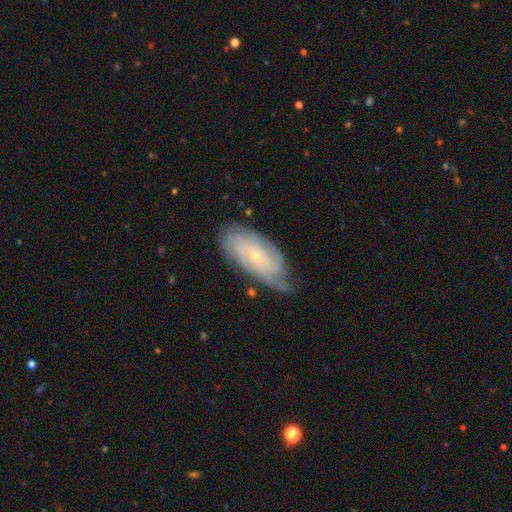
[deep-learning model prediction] Overall: featured or disk (80%). Edge-on disk: no (93%). Bar: no (71%). Spiral arms: yes (95%). Spiral arm count: can't tell (38%; 2 19%). Spiral winding: tight (68%). Bulge size: small (78%). Merging: none (66%).